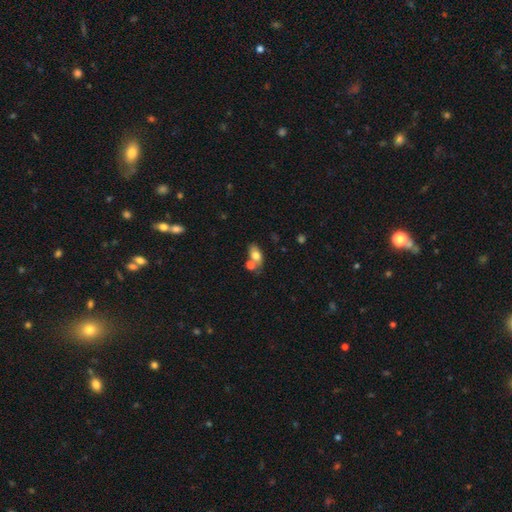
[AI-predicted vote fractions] Smooth or featured: smooth — 72% (featured or disk — 20%)
How rounded: in between — 86% (round — 10%)
Merging: none — 44% (merger — 38%)